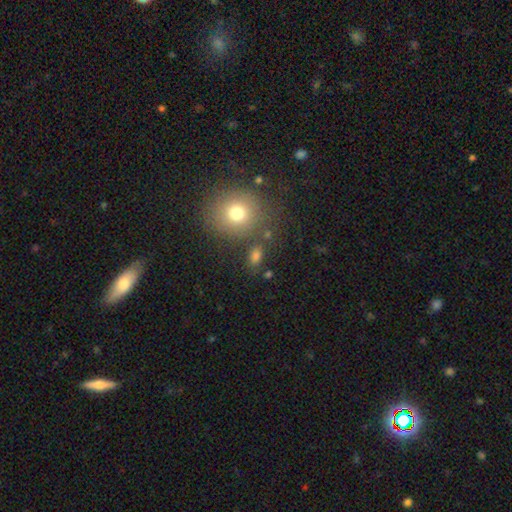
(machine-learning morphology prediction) This is likely a smooth galaxy (75%). How rounded: likely in between (65%). Merging: likely none (77%).